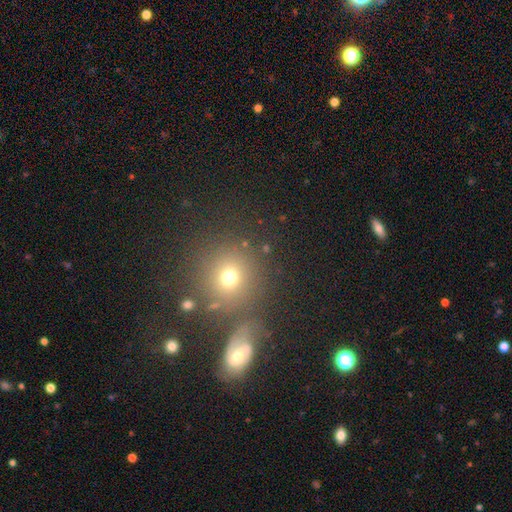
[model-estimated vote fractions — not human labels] The model was most divided on "smooth or featured": smooth: 54%, star or artifact: 34%, featured or disk: 13%. More confident: how rounded — round (88%); merging — none (70%).